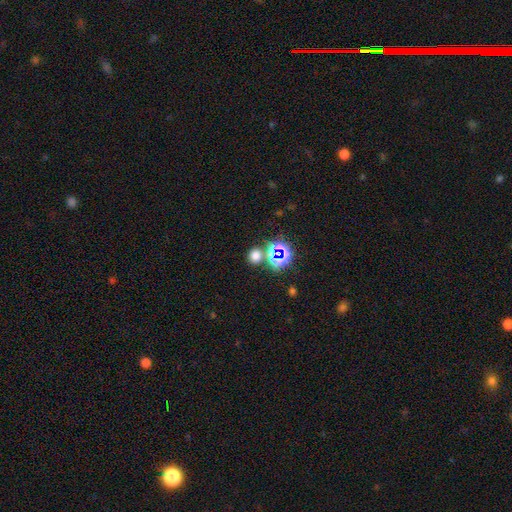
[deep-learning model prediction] Smooth or featured?
  - smooth: 63% *
  - star or artifact: 31%
  - featured or disk: 6%
How rounded?
  - round: 73% *
  - in between: 26%
  - cigar-shaped: 1%
Merging?
  - none: 73% *
  - merger: 15%
  - minor disturbance: 8%
  - major disturbance: 3%